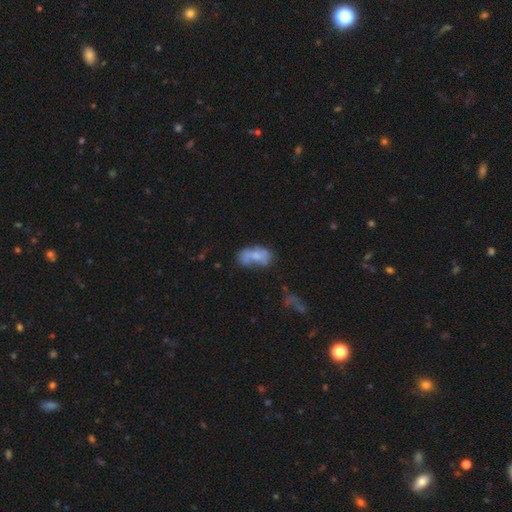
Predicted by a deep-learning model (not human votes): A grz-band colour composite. It shows a smooth galaxy with no disk features (52%) that is in between round and cigar-shaped (88%). Merging: none (30%).